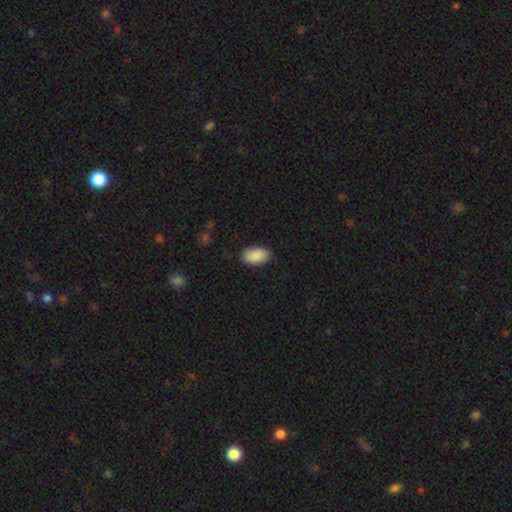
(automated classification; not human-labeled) Overall: smooth (90%). How rounded: in between (95%). Merging: none (87%).